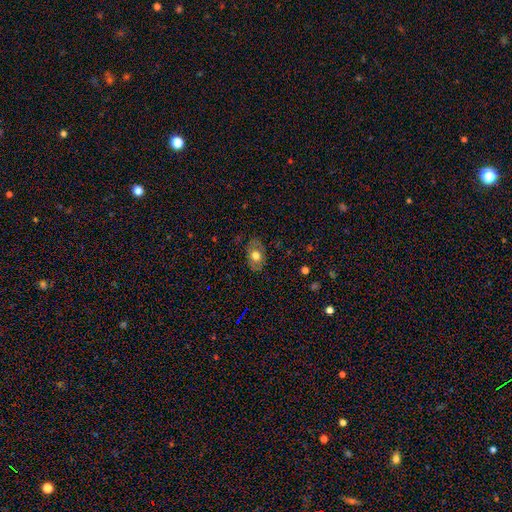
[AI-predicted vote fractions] Smooth or featured: smooth — 61% (featured or disk — 30%)
How rounded: in between — 80% (round — 19%)
Merging: none — 78% (minor disturbance — 17%)